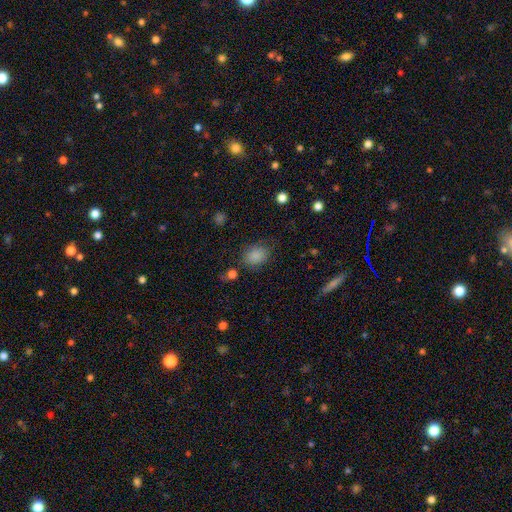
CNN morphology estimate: smooth 84%, star or artifact 11%, featured or disk 5%. Down the decision tree: how rounded — in between (56%); merging — none (74%).